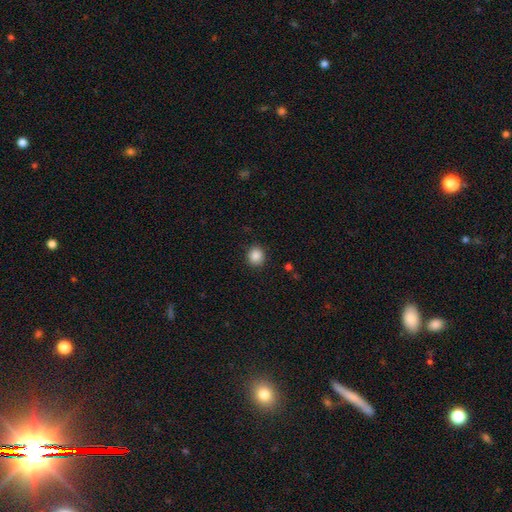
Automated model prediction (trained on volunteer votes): A smooth galaxy with no disk features (87%) that is round (88%).

Vote fractions:
- Smooth or featured? smooth: 87% / star or artifact: 9% / featured or disk: 3%
- How rounded? round: 88% / in between: 11% / cigar-shaped: 1%
- Merging? none: 89% / minor disturbance: 7% / major disturbance: 2% / merger: 1%